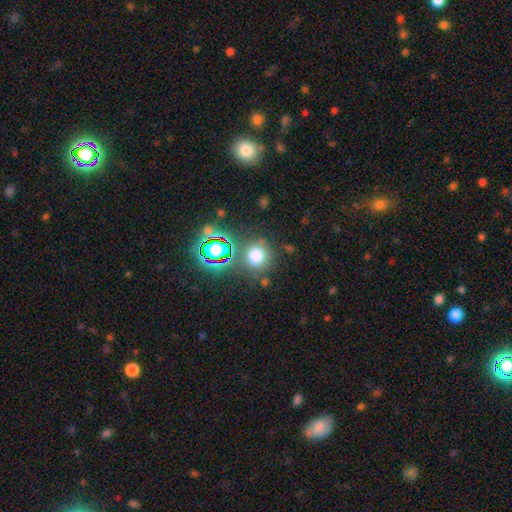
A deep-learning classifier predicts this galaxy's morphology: A smooth galaxy with no disk features (68%) that is round (91%).

Vote fractions:
- Smooth or featured? smooth: 68% / star or artifact: 24% / featured or disk: 8%
- How rounded? round: 91% / in between: 8% / cigar-shaped: 1%
- Merging? none: 76% / minor disturbance: 11% / merger: 8% / major disturbance: 5%